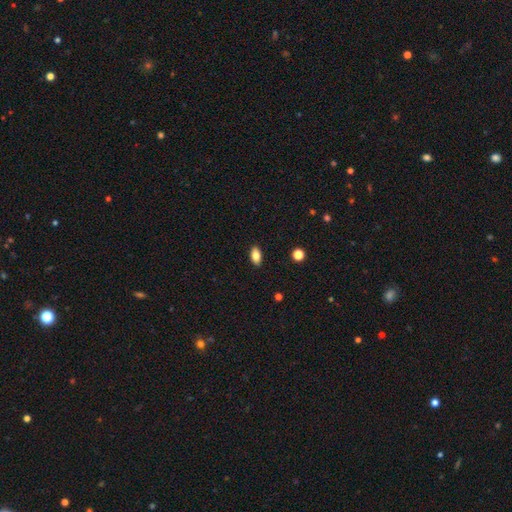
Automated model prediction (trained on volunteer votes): smooth-or-featured: smooth: 82% | featured or disk: 10% | star or artifact: 8%
  how-rounded: in between: 90% | round: 5% | cigar-shaped: 5%
  merging: none: 89% | minor disturbance: 9% | major disturbance: 2% | merger: 1%